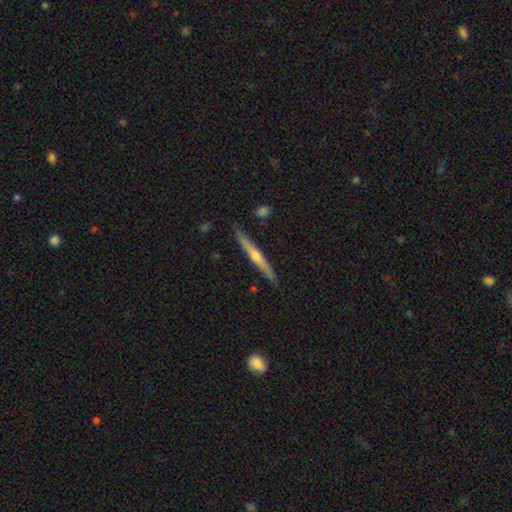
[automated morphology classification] This is likely a featured or disk galaxy (69%). It is clearly viewed edge-on (97%). Edge-on bulge: clearly rounded (83%). Merging: clearly none (90%).